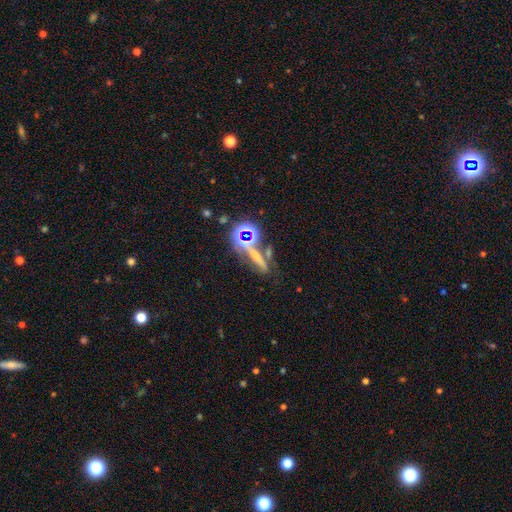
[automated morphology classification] This is marginally a star or artifact rather than a galaxy (37%).